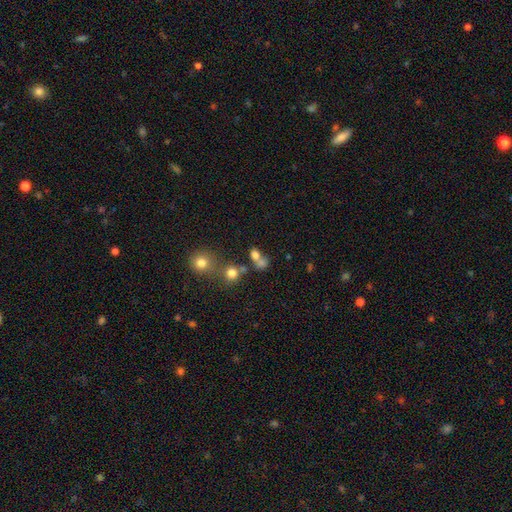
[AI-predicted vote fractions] A smooth galaxy with no disk features (71%) that is in between round and cigar-shaped (49%, tied with round). Merging: merger (44%).